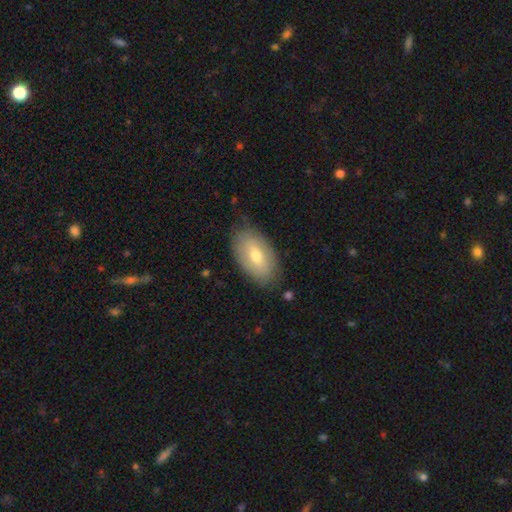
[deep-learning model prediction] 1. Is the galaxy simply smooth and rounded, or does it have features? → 62% smooth, 32% featured or disk, 6% star or artifact.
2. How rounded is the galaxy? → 93% in between, 4% round, 2% cigar-shaped.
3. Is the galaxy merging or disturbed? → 78% none, 17% minor disturbance, 4% major disturbance, 1% merger.